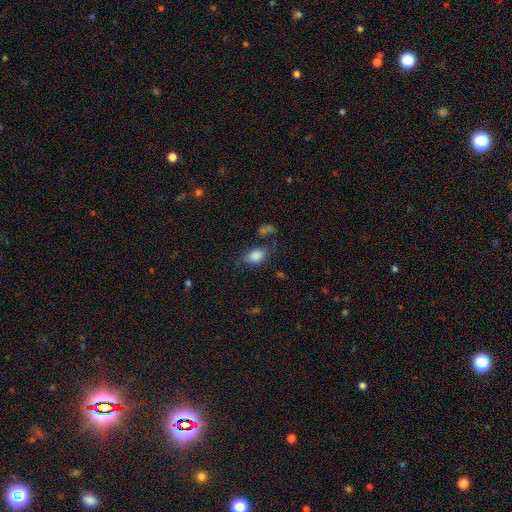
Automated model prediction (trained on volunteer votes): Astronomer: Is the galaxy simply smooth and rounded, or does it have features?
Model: smooth — 83%.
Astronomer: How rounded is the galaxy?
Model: in between — 84%.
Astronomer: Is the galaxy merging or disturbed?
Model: none — 61%.